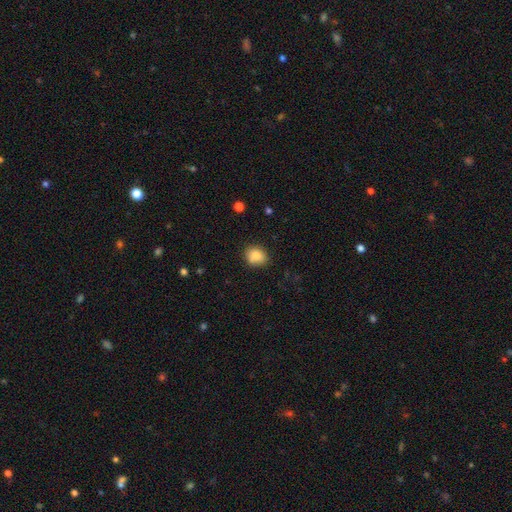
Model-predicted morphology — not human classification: Smooth or featured: smooth — 84% (star or artifact — 9%)
How rounded: round — 65% (in between — 34%)
Merging: none — 77% (minor disturbance — 16%)